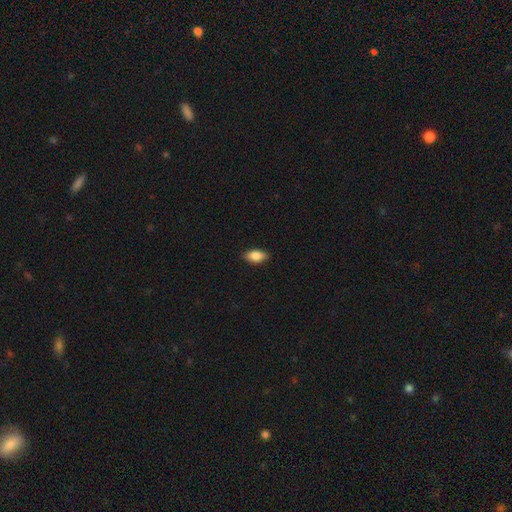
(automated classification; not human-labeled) Morphology: type=smooth (85%); roundness=in between (91%); merging=none (88%).